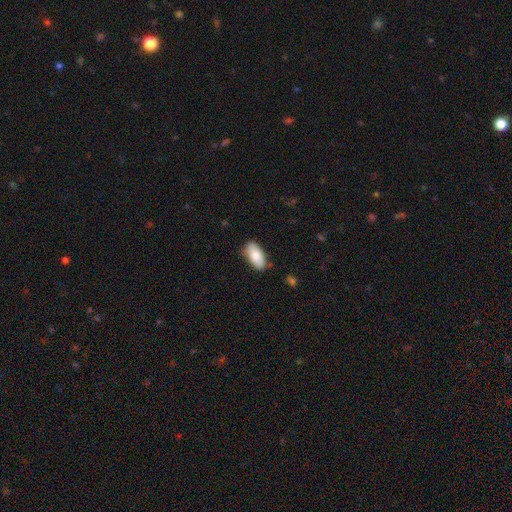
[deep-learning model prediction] smooth 83%, featured or disk 11%, star or artifact 6%. Down the decision tree: how rounded — in between (92%); merging — none (78%).